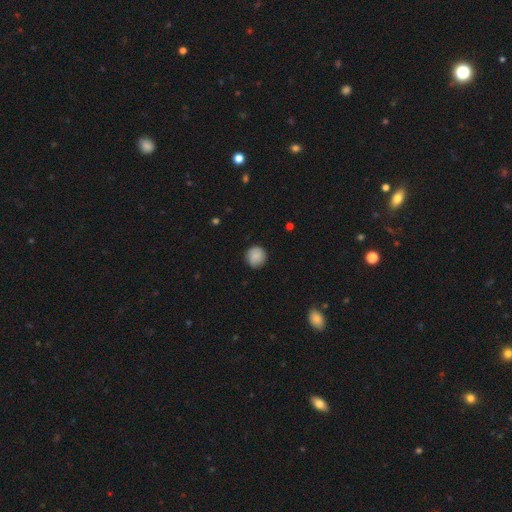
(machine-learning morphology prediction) type=smooth (87%); roundness=round (92%); merging=none (87%).